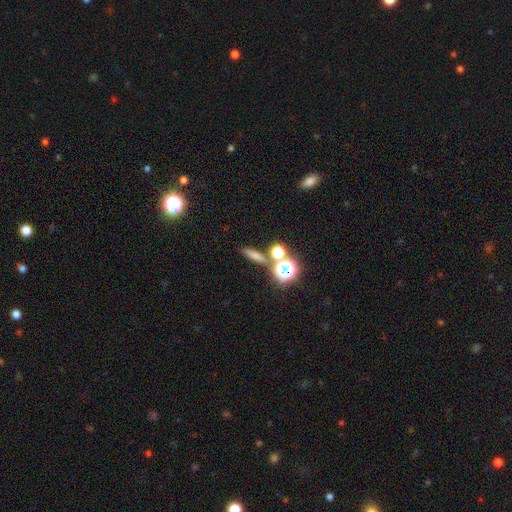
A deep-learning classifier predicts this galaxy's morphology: This appears to be a smooth galaxy with no disk features (61%) that is cigar-shaped (44%). Merging: none (73%).